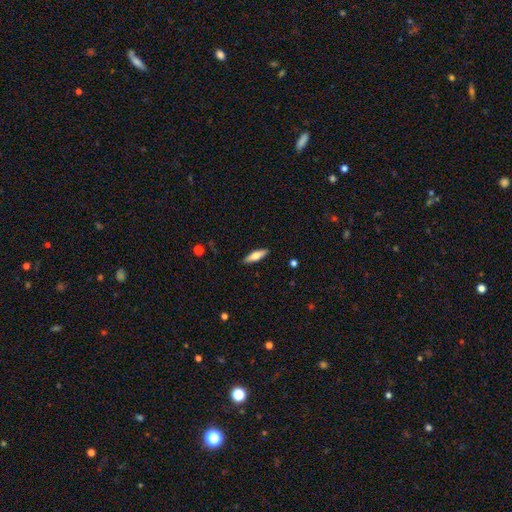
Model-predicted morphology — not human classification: Smooth or featured? smooth (66%)
How rounded? cigar-shaped (56%)
Merging? none (90%)